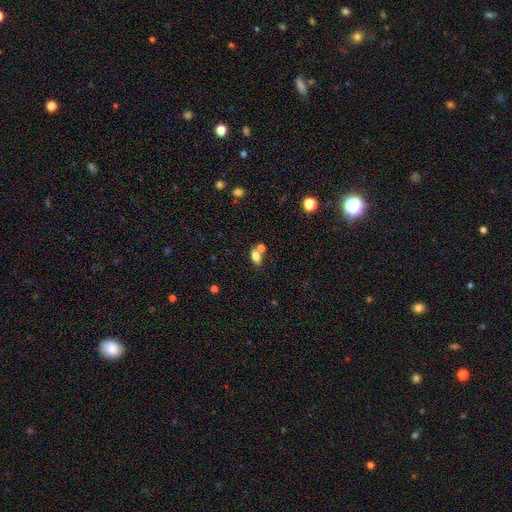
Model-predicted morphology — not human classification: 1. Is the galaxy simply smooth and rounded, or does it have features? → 77% smooth, 12% featured or disk, 11% star or artifact.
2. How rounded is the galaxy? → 82% in between, 13% round, 5% cigar-shaped.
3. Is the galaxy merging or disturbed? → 50% none, 34% merger, 12% minor disturbance, 5% major disturbance.